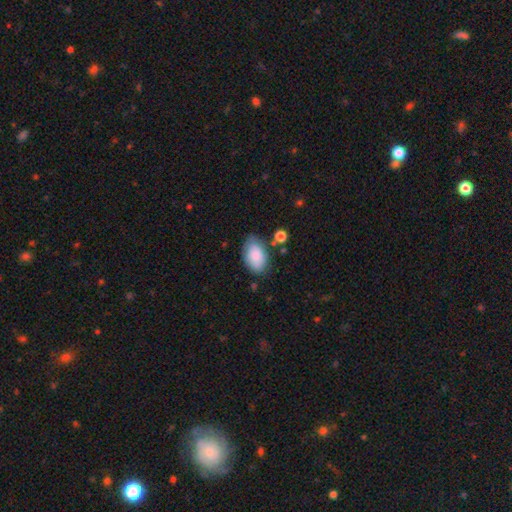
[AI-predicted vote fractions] smooth-or-featured: smooth: 85% | featured or disk: 8% | star or artifact: 7%
  how-rounded: in between: 93% | round: 6% | cigar-shaped: 1%
  merging: none: 71% | minor disturbance: 20% | major disturbance: 5% | merger: 4%